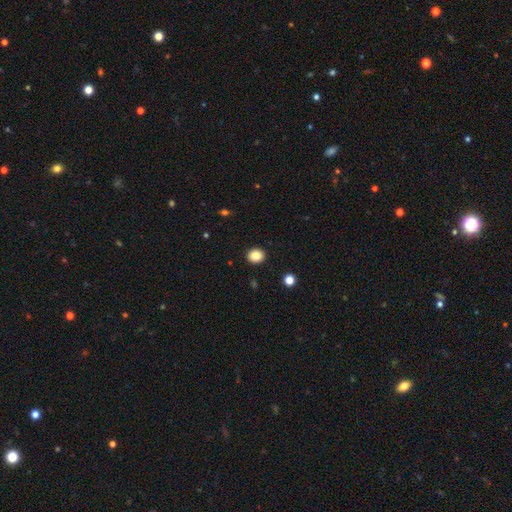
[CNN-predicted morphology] Smooth or featured?
  - smooth: 85% *
  - star or artifact: 10%
  - featured or disk: 5%
How rounded?
  - round: 73% *
  - in between: 26%
  - cigar-shaped: 1%
Merging?
  - none: 92% *
  - minor disturbance: 5%
  - major disturbance: 2%
  - merger: 1%